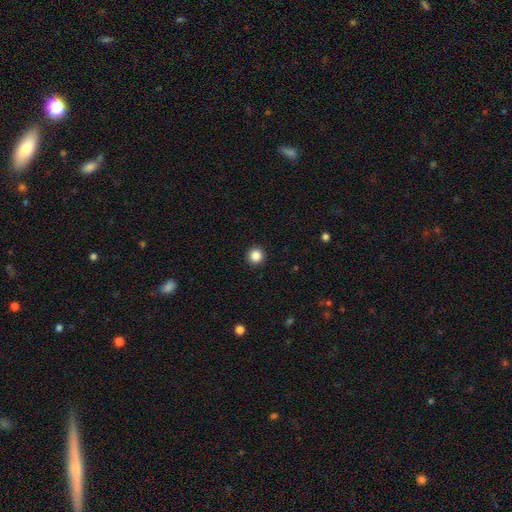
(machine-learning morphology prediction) Q: Smooth or featured?
A: smooth (86%); runner-up: star or artifact (10%)
Q: How rounded?
A: round (96%); runner-up: in between (3%)
Q: Merging?
A: none (94%); runner-up: minor disturbance (4%)